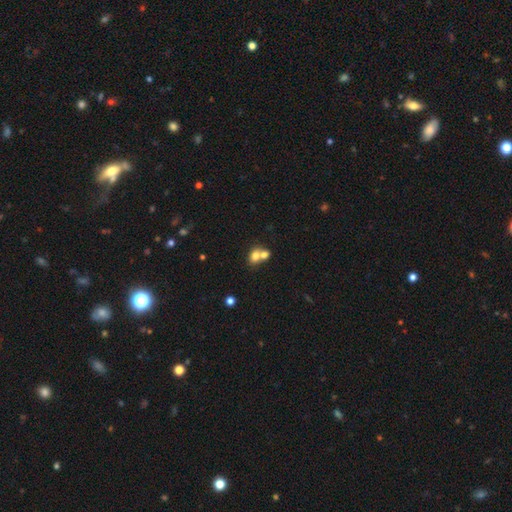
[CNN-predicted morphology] Q: Smooth or featured?
A: smooth (73%); runner-up: featured or disk (16%)
Q: How rounded?
A: in between (51%); runner-up: round (48%)
Q: Merging?
A: merger (61%); runner-up: none (29%)